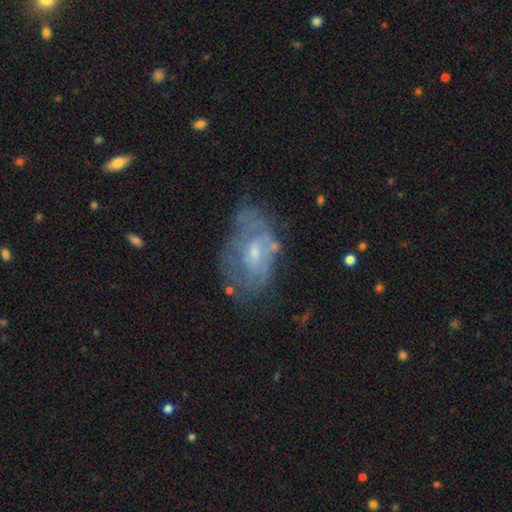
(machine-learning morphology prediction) Q: Smooth or featured?
A: featured or disk (66%); runner-up: smooth (25%)
Q: Edge-on disk?
A: no (95%); runner-up: yes (5%)
Q: Bar?
A: no (59%); runner-up: weak (35%)
Q: Spiral arms?
A: yes (52%); runner-up: no (48%)
Q: Bulge size?
A: small (55%); runner-up: moderate (35%)
Q: Merging?
A: none (53%); runner-up: minor disturbance (26%)